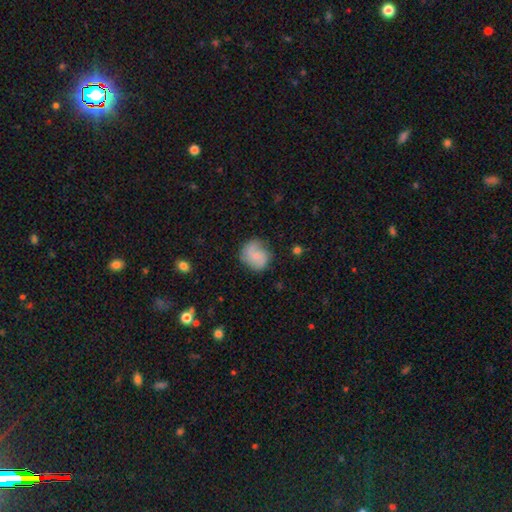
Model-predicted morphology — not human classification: Overall: smooth (58%; featured or disk 35%). How rounded: round (80%). Merging: none (68%).